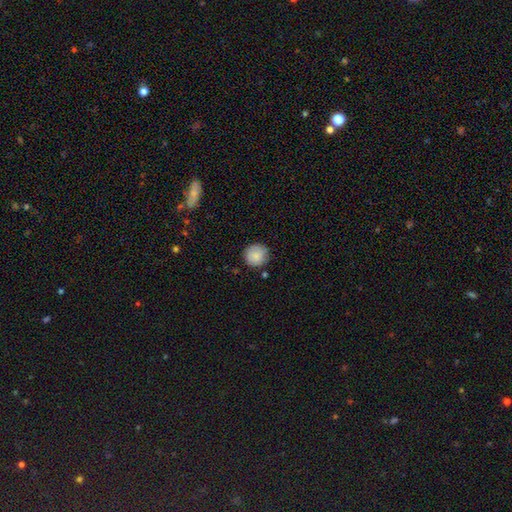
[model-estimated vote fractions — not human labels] Smooth or featured? Predicted: smooth (p=0.86). How rounded? Predicted: round (p=0.93). Merging? Predicted: none (p=0.83).